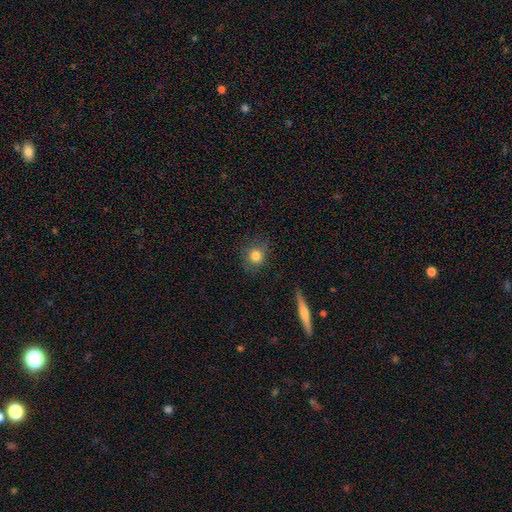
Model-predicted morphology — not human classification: A smooth galaxy with no disk features (79%) that is round (80%).

Vote fractions:
- Smooth or featured? smooth: 79% / star or artifact: 11% / featured or disk: 10%
- How rounded? round: 80% / in between: 18% / cigar-shaped: 2%
- Merging? none: 76% / minor disturbance: 16% / major disturbance: 6% / merger: 2%